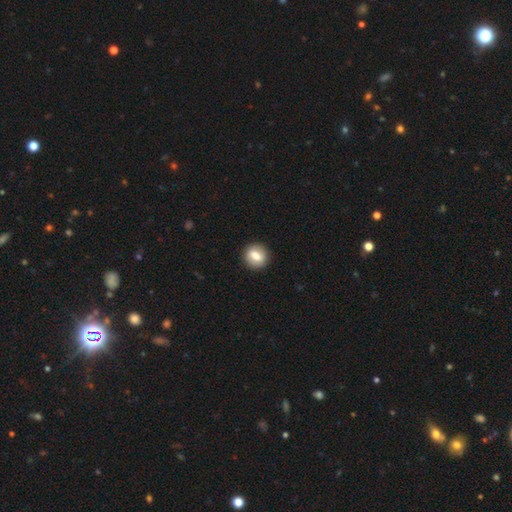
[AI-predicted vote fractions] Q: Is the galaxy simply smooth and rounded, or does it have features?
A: smooth — 72%.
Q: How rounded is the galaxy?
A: round — 79%.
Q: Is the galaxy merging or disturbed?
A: none — 90%.